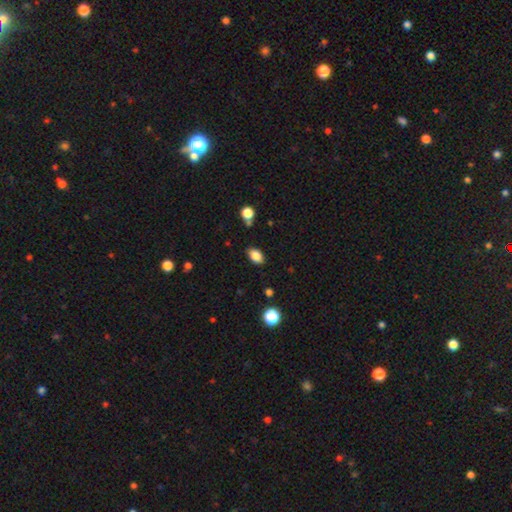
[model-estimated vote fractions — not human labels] Smooth or featured?
  - smooth: 85% *
  - star or artifact: 9%
  - featured or disk: 6%
How rounded?
  - in between: 87% *
  - round: 12%
  - cigar-shaped: 2%
Merging?
  - none: 84% *
  - minor disturbance: 11%
  - major disturbance: 3%
  - merger: 2%